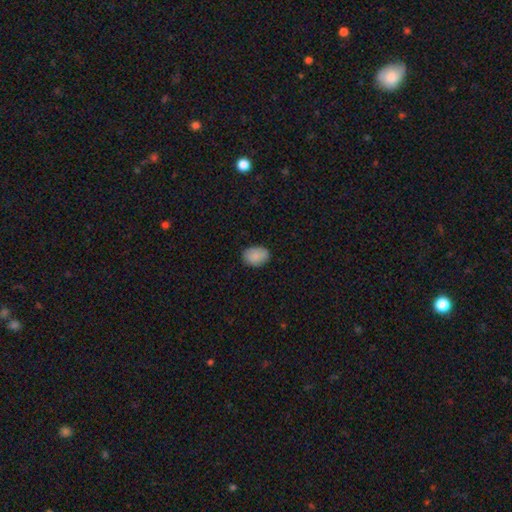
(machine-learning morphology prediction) The model was most divided on "how rounded": in between: 74%, round: 25%, cigar-shaped: 1%. More confident: smooth or featured — smooth (88%); merging — none (83%).